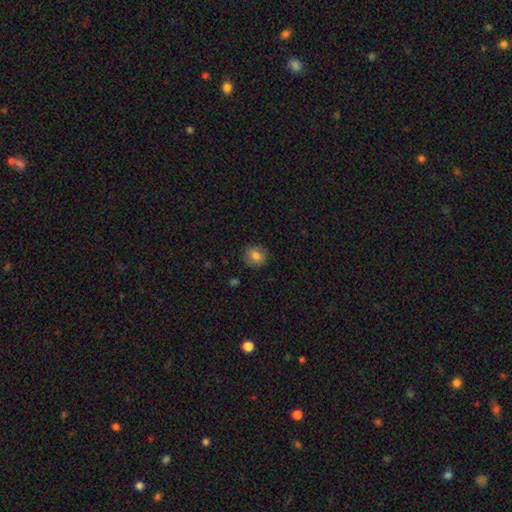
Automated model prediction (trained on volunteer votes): smooth 81%, star or artifact 10%, featured or disk 10%. Down the decision tree: how rounded — round (83%); merging — none (87%).